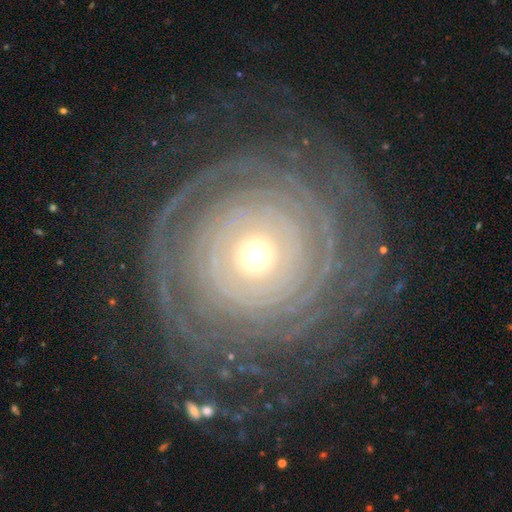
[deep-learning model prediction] Q: Smooth or featured?
A: featured or disk (87%); runner-up: smooth (7%)
Q: Edge-on disk?
A: no (97%); runner-up: yes (3%)
Q: Bar?
A: no (84%); runner-up: weak (10%)
Q: Spiral arms?
A: yes (92%); runner-up: no (8%)
Q: Spiral winding?
A: tight (84%); runner-up: medium (10%)
Q: Spiral arm count?
A: can't tell (29%); runner-up: more than 4 (19%)
Q: Bulge size?
A: small (47%); runner-up: moderate (44%)
Q: Merging?
A: none (77%); runner-up: minor disturbance (11%)